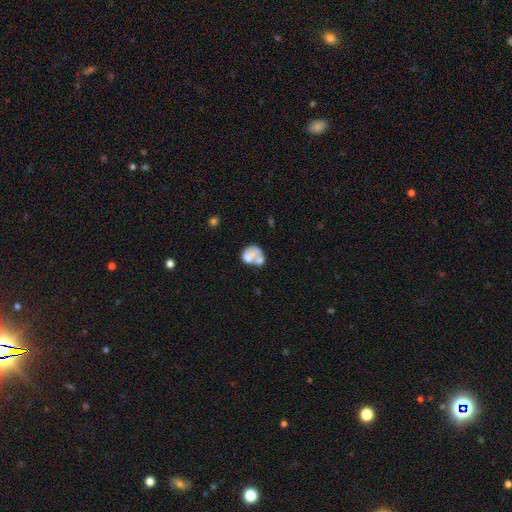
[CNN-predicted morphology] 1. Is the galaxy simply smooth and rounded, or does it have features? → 50% smooth, 41% featured or disk, 9% star or artifact.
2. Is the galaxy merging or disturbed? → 46% merger, 24% none, 16% major disturbance, 14% minor disturbance.